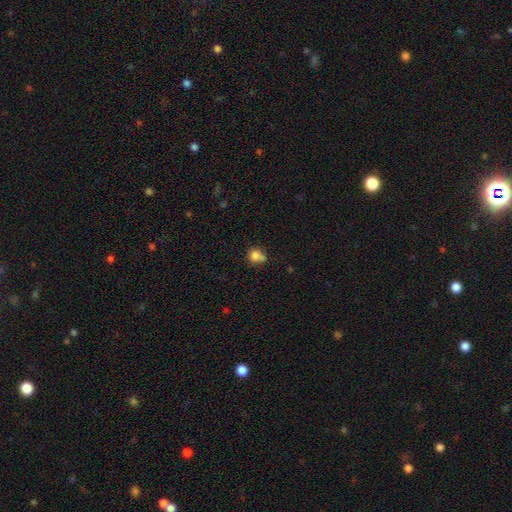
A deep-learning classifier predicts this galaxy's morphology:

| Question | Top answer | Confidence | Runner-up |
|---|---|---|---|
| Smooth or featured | smooth | 80% | star or artifact (11%) |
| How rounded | round | 75% | in between (23%) |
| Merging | none | 47% | minor disturbance (23%) |